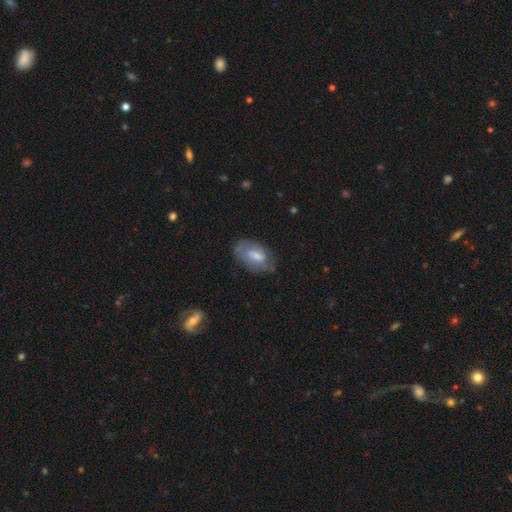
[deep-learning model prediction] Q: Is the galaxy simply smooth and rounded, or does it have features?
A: smooth — 59%.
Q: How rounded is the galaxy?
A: in between — 90%.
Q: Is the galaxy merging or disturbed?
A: none — 61%.